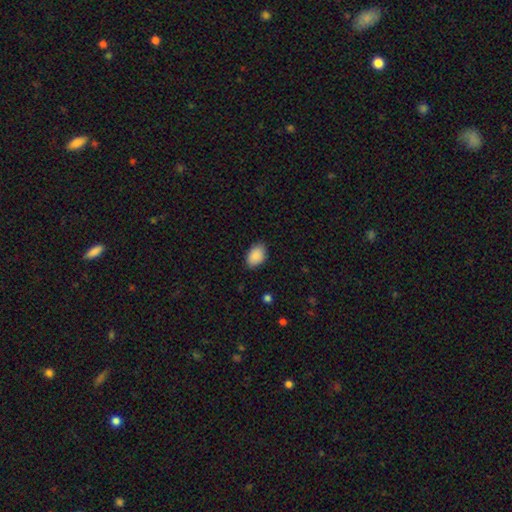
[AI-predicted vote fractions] Overall: smooth (90%). How rounded: in between (85%). Merging: none (82%).